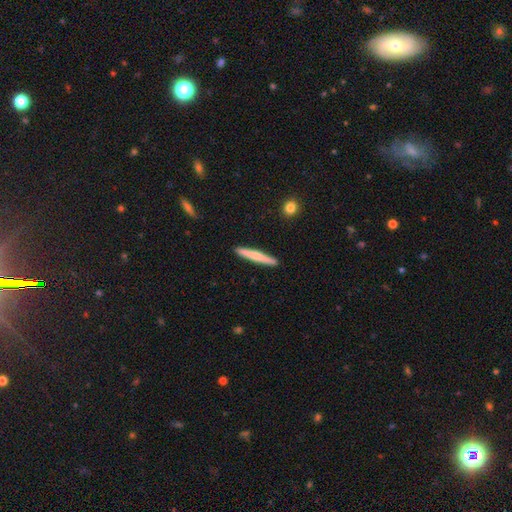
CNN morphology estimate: A smooth galaxy with no disk features (60%) that is cigar-shaped (95%).

Vote fractions:
- Smooth or featured? smooth: 60% / featured or disk: 35% / star or artifact: 5%
- How rounded? cigar-shaped: 95% / in between: 4% / round: 1%
- Merging? none: 91% / minor disturbance: 6% / major disturbance: 1% / merger: 1%